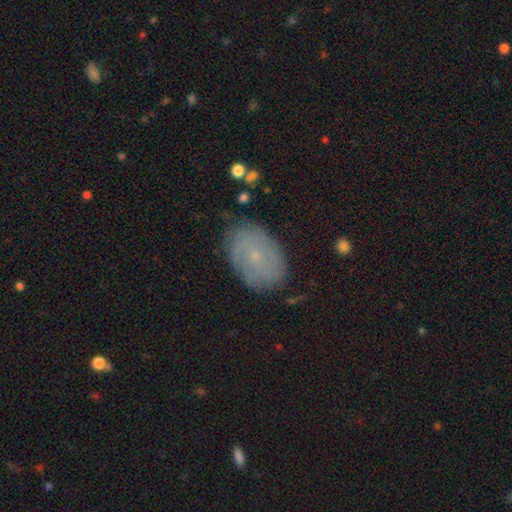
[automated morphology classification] Smooth or featured: featured or disk — 43% (smooth — 39%)
Merging: none — 82% (minor disturbance — 13%)